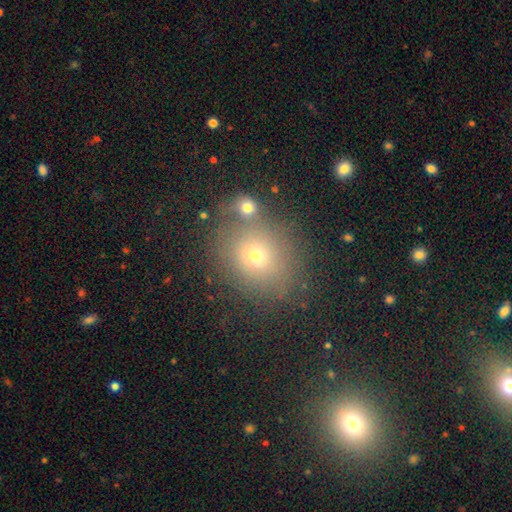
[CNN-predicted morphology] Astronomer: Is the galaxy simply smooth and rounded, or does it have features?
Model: smooth — 66%.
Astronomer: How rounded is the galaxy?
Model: round — 65%.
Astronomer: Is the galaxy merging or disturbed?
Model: none — 63%.